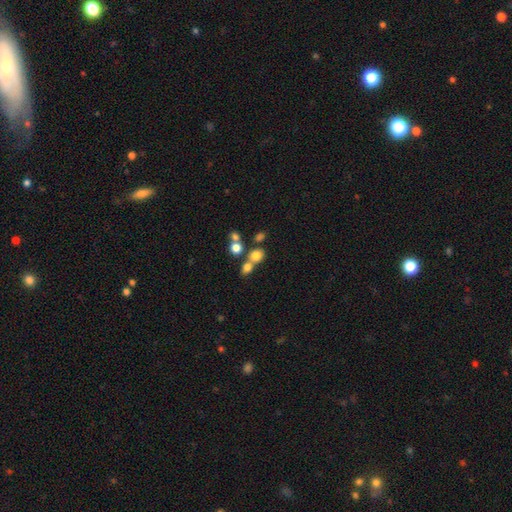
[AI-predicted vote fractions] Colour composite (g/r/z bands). It shows a smooth galaxy with no disk features (73%) that is round (71%). Merging: none (44%).